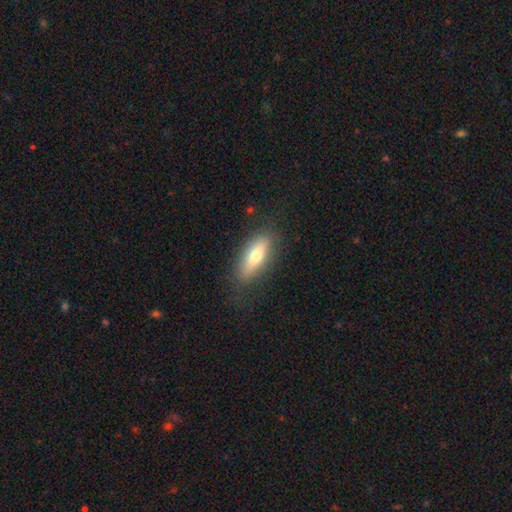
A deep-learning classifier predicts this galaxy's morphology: Smooth or featured: smooth — 67% (featured or disk — 26%)
How rounded: in between — 62% (cigar-shaped — 36%)
Merging: none — 82% (minor disturbance — 13%)